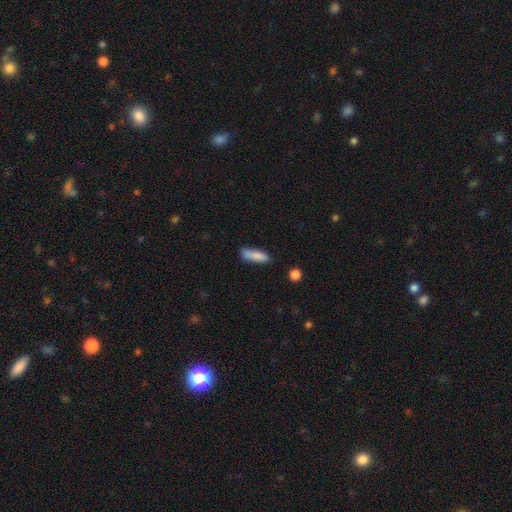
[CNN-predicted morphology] smooth-or-featured: smooth: 84% | featured or disk: 9% | star or artifact: 7%
  how-rounded: cigar-shaped: 60% | in between: 38% | round: 2%
  merging: none: 71% | minor disturbance: 22% | major disturbance: 4% | merger: 3%